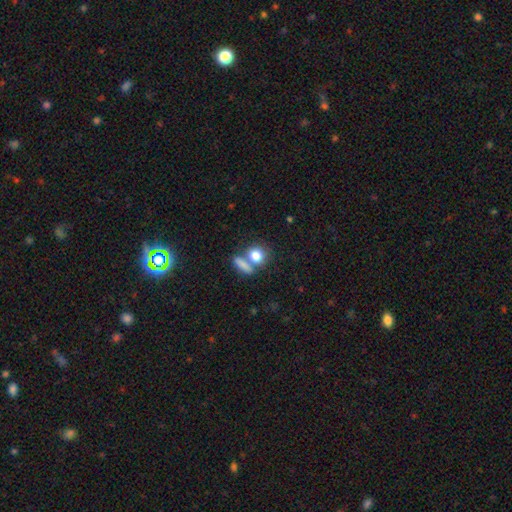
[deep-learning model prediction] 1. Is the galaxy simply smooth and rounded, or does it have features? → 81% smooth, 10% featured or disk, 9% star or artifact.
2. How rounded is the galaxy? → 68% round, 27% in between, 5% cigar-shaped.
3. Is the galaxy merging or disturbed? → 51% none, 35% merger, 9% minor disturbance, 5% major disturbance.